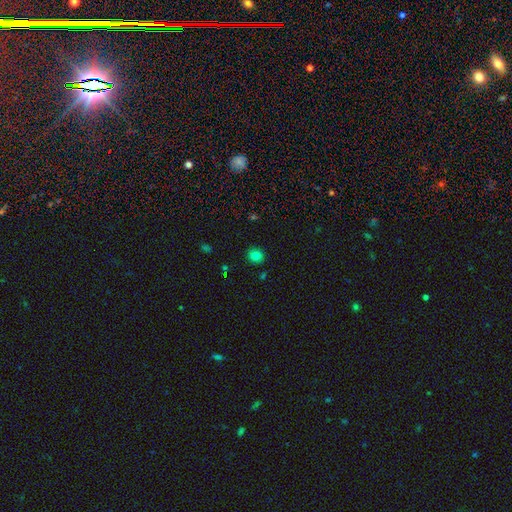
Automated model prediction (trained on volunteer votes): Smooth or featured? smooth (80%)
How rounded? round (82%)
Merging? none (89%)